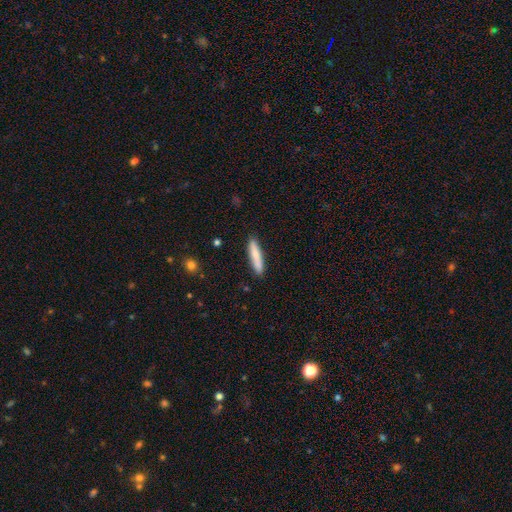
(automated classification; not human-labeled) A smooth galaxy with no disk features (80%) that is cigar-shaped (86%).

Vote fractions:
- Smooth or featured? smooth: 80% / featured or disk: 14% / star or artifact: 6%
- How rounded? cigar-shaped: 86% / in between: 13% / round: 1%
- Merging? none: 87% / minor disturbance: 9% / major disturbance: 2% / merger: 2%